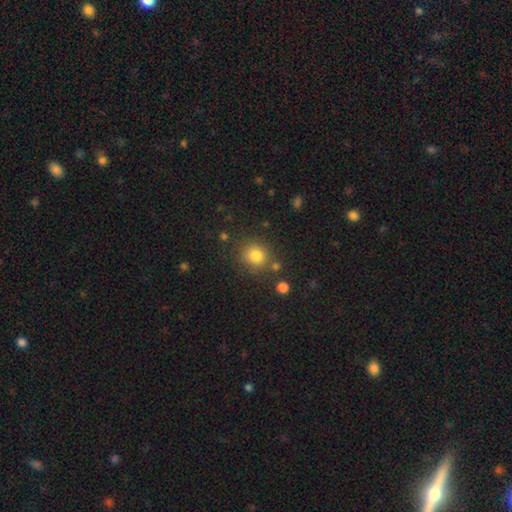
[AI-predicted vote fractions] This is clearly a smooth galaxy (82%). How rounded: clearly round (83%). Merging: likely none (79%).